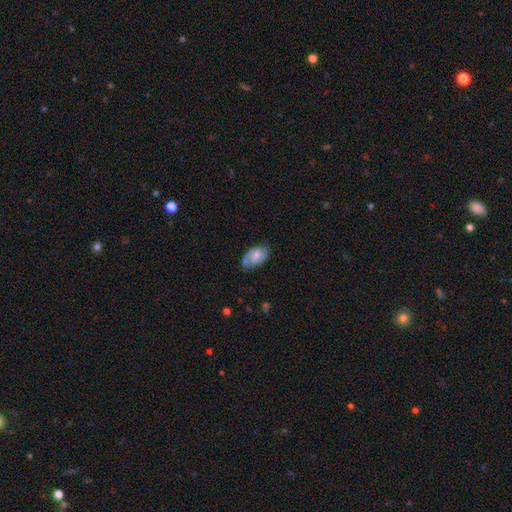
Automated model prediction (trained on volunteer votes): Overall: featured or disk (49%; smooth 43%). Merging: none (67%).